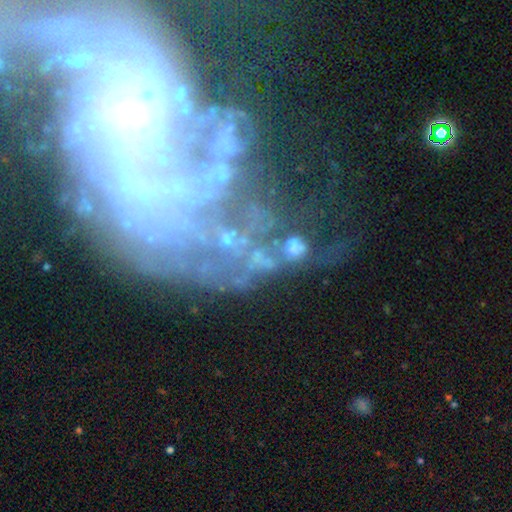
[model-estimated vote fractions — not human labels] Q: Smooth or featured?
A: featured or disk (58%); runner-up: star or artifact (27%)
Q: Edge-on disk?
A: no (95%); runner-up: yes (5%)
Q: Bar?
A: no (79%); runner-up: weak (13%)
Q: Spiral arms?
A: no (63%); runner-up: yes (37%)
Q: Bulge size?
A: none (59%); runner-up: small (26%)
Q: Merging?
A: none (45%); runner-up: major disturbance (26%)